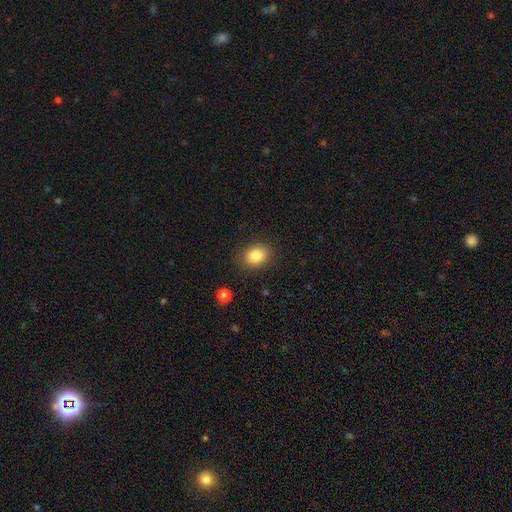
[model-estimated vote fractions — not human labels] Smooth or featured? Predicted: smooth (p=0.84). How rounded? Predicted: in between (p=0.51). Merging? Predicted: none (p=0.85).